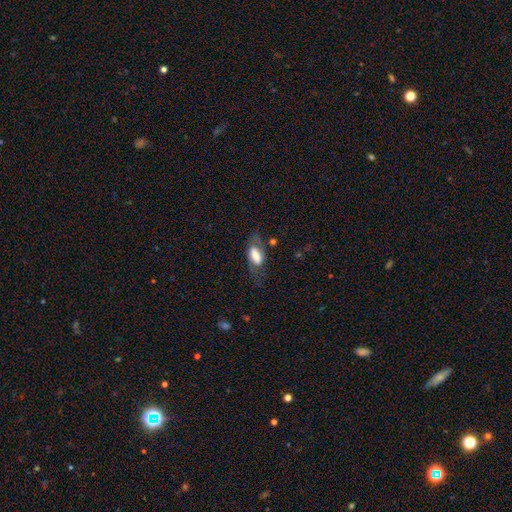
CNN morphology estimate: The model was most divided on "merging": none: 52%, minor disturbance: 24%, major disturbance: 21%, merger: 3%. More confident: how rounded — in between (86%); smooth or featured — smooth (62%).